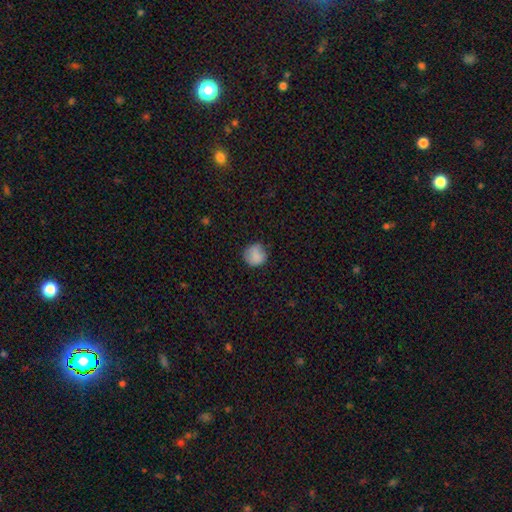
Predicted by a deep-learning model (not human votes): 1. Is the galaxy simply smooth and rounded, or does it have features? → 85% smooth, 8% star or artifact, 7% featured or disk.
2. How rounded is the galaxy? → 91% round, 8% in between, 1% cigar-shaped.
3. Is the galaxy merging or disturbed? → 79% none, 16% minor disturbance, 4% major disturbance, 1% merger.